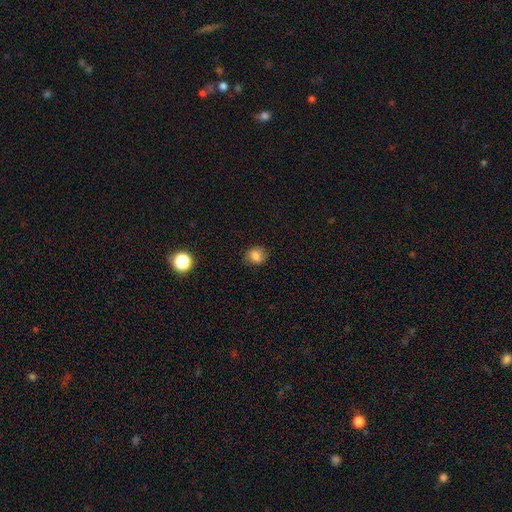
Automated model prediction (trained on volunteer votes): Q: Smooth or featured?
A: smooth (82%); runner-up: star or artifact (12%)
Q: How rounded?
A: round (67%); runner-up: in between (32%)
Q: Merging?
A: none (83%); runner-up: minor disturbance (13%)